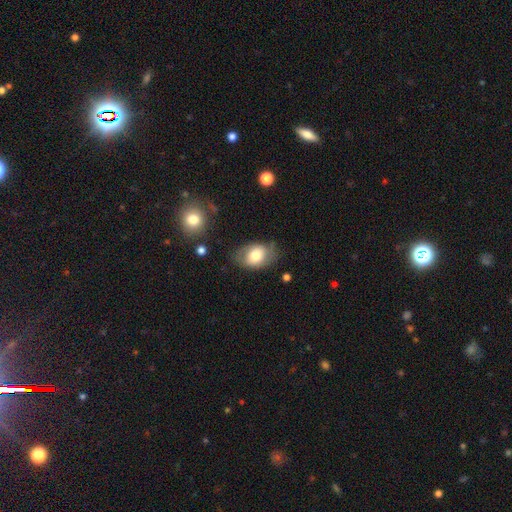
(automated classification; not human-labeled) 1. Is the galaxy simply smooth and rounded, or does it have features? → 72% smooth, 20% featured or disk, 8% star or artifact.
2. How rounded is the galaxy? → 83% in between, 16% round, 1% cigar-shaped.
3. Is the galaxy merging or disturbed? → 69% none, 22% minor disturbance, 7% major disturbance, 2% merger.